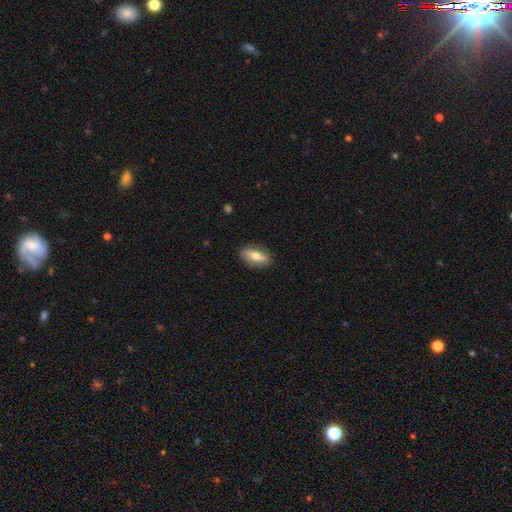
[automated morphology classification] A smooth galaxy with no disk features (59%) that is in between round and cigar-shaped (76%). Merging: none (85%).